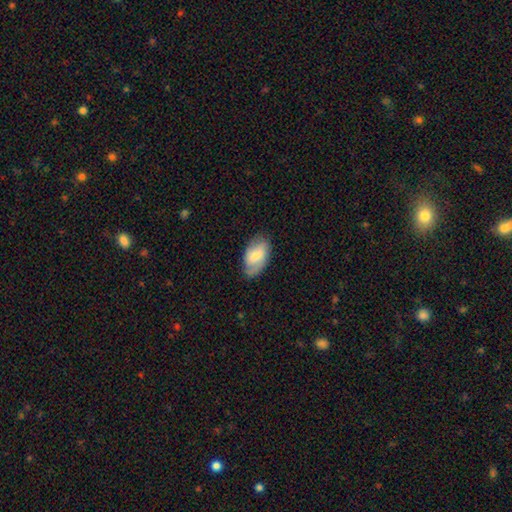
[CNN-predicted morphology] A smooth galaxy with no disk features (57%) that is in between round and cigar-shaped (93%). Merging: none (76%).